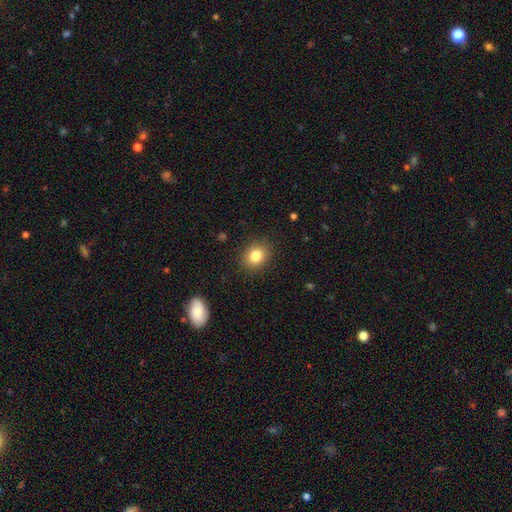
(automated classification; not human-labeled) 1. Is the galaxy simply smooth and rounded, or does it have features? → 82% smooth, 11% star or artifact, 7% featured or disk.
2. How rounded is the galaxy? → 64% round, 35% in between, 1% cigar-shaped.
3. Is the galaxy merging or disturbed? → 88% none, 8% minor disturbance, 3% major disturbance, 1% merger.